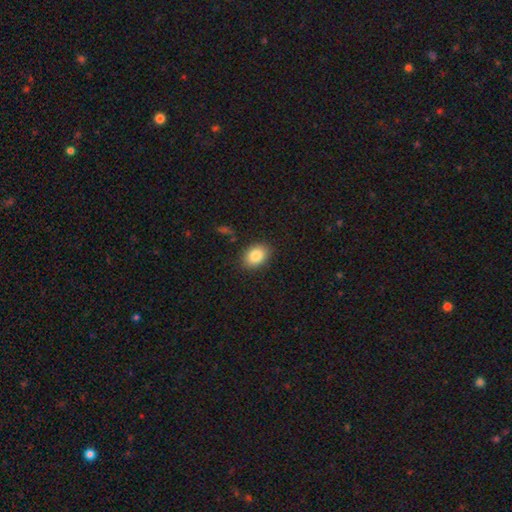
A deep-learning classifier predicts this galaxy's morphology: Smooth or featured? smooth (85%)
How rounded? in between (72%)
Merging? none (87%)